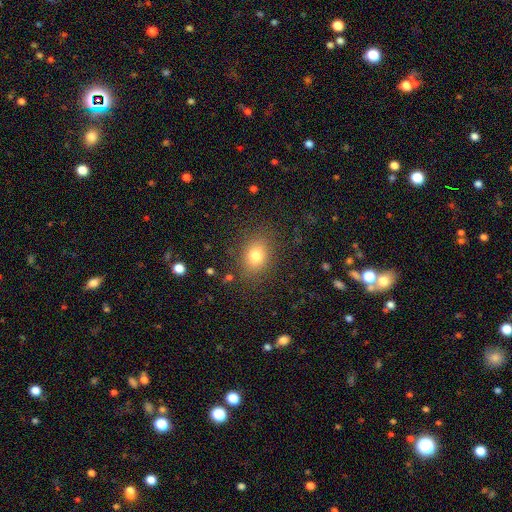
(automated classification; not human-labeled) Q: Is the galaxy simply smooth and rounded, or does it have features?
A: smooth — 77%.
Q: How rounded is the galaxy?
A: in between — 57%.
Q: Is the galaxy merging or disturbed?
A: none — 83%.